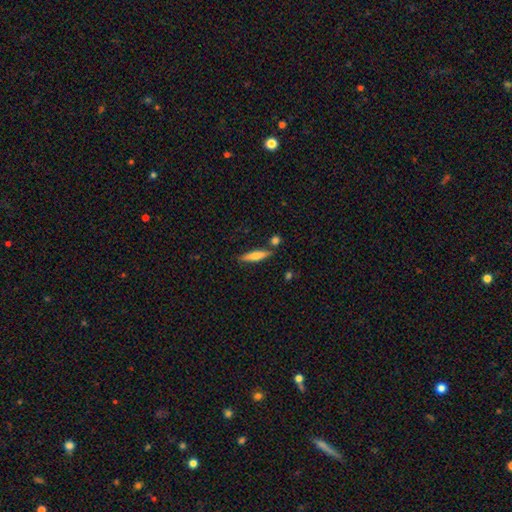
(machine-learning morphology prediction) Smooth or featured: smooth — 66% (featured or disk — 27%)
How rounded: cigar-shaped — 79% (in between — 19%)
Merging: none — 78% (minor disturbance — 11%)